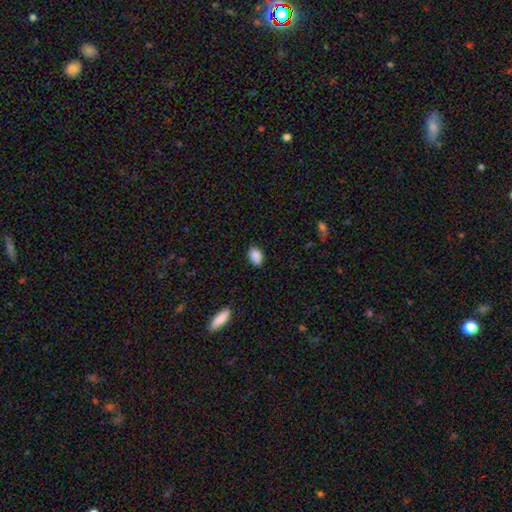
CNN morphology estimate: This is clearly a smooth galaxy (87%). How rounded: clearly in between (82%). Merging: clearly none (81%).